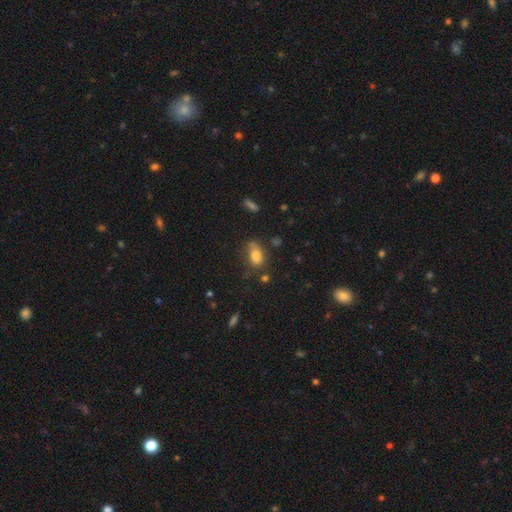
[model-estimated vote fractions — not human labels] Smooth or featured? Predicted: smooth (p=0.78). How rounded? Predicted: in between (p=0.86). Merging? Predicted: none (p=0.52).